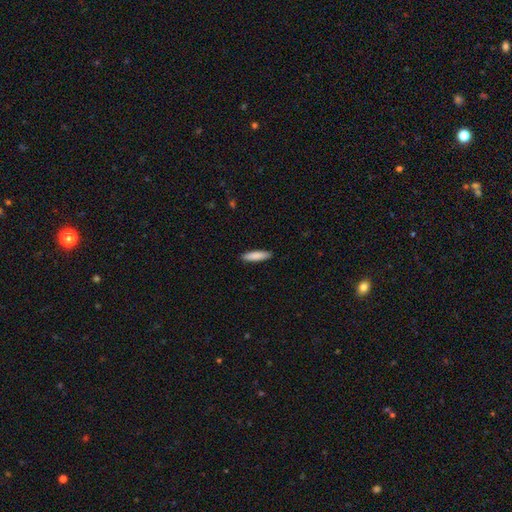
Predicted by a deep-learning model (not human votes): A smooth galaxy with no disk features (86%) that is cigar-shaped (72%). Merging: none (90%).